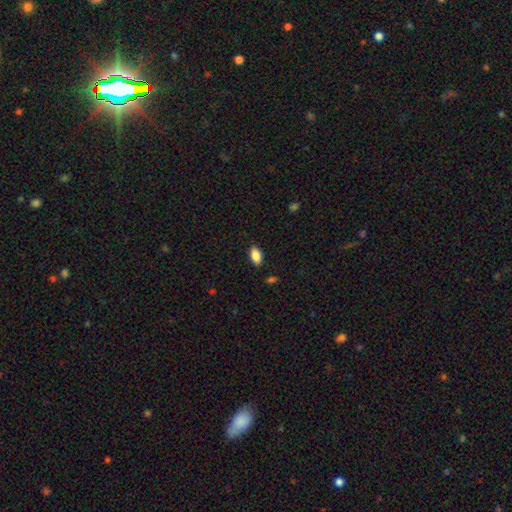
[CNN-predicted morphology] Smooth or featured?
  - smooth: 86% *
  - star or artifact: 8%
  - featured or disk: 7%
How rounded?
  - in between: 92% *
  - round: 4%
  - cigar-shaped: 4%
Merging?
  - none: 88% *
  - minor disturbance: 9%
  - major disturbance: 2%
  - merger: 1%